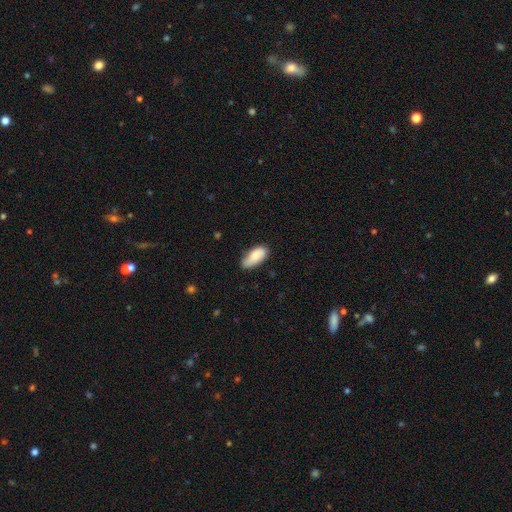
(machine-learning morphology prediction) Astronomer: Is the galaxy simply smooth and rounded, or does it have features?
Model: smooth — 82%.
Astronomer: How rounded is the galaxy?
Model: in between — 88%.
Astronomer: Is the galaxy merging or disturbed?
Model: none — 68%.